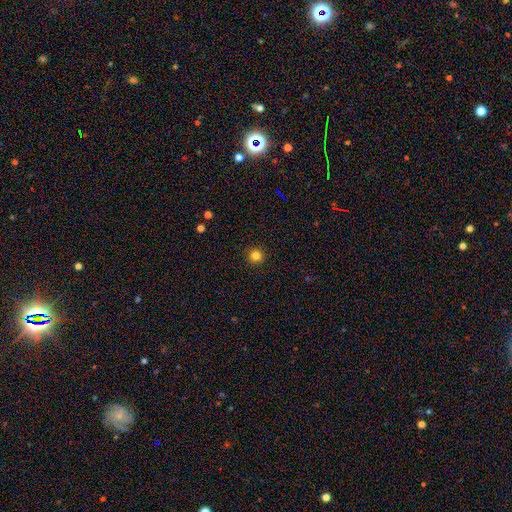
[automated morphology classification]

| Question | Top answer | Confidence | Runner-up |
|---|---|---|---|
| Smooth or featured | smooth | 82% | star or artifact (13%) |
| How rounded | round | 95% | in between (4%) |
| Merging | none | 93% | minor disturbance (5%) |